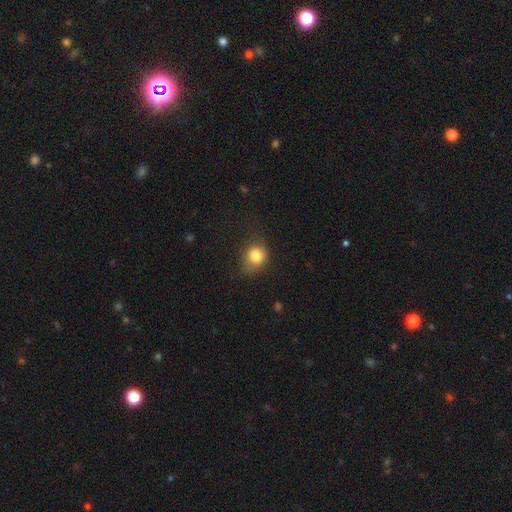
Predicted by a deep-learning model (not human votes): This is clearly a smooth galaxy (81%). How rounded: likely round (62%). Merging: possibly none (51%).